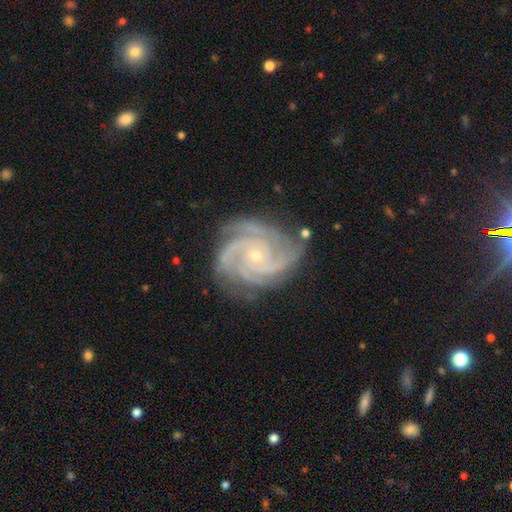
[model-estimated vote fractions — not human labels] smooth_or_featured: featured or disk (p=0.92) [alt: star or artifact p=0.05]
disk_edge_on: no (p=0.98) [alt: yes p=0.02]
bar: no (p=0.75) [alt: weak p=0.18]
has_spiral_arms: yes (p=0.99) [alt: no p=0.01]
spiral_winding: tight (p=0.70) [alt: medium p=0.28]
spiral_arm_count: 3 (p=0.45) [alt: 4 p=0.30]
bulge_size: small (p=0.81) [alt: moderate p=0.16]
merging: none (p=0.77) [alt: minor disturbance p=0.17]